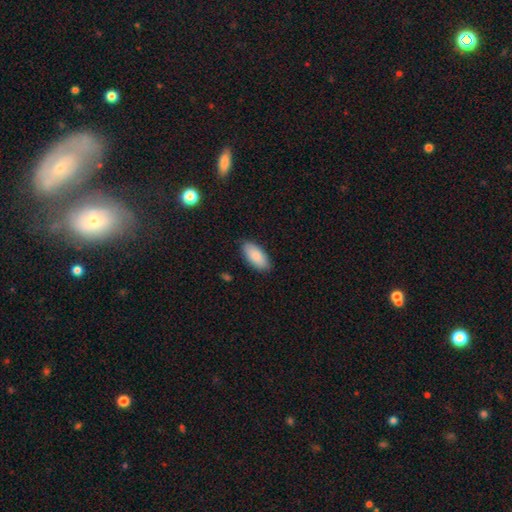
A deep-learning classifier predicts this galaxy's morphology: smooth-or-featured: smooth: 88% | featured or disk: 7% | star or artifact: 6%
  how-rounded: in between: 90% | cigar-shaped: 8% | round: 2%
  merging: none: 87% | minor disturbance: 10% | major disturbance: 2% | merger: 1%